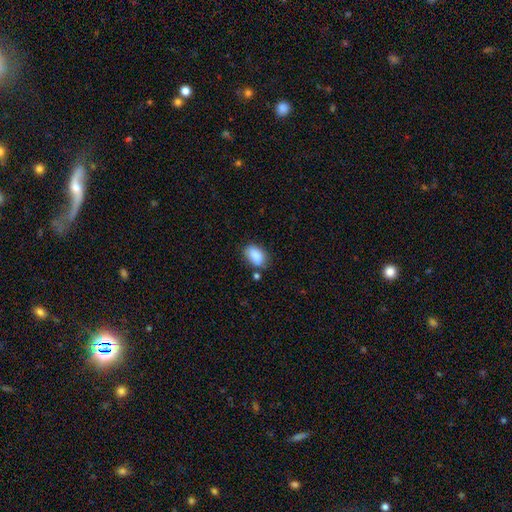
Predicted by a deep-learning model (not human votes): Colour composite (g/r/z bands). It shows a smooth galaxy with no disk features (87%) that is in between round and cigar-shaped (88%). Merging: none (68%).